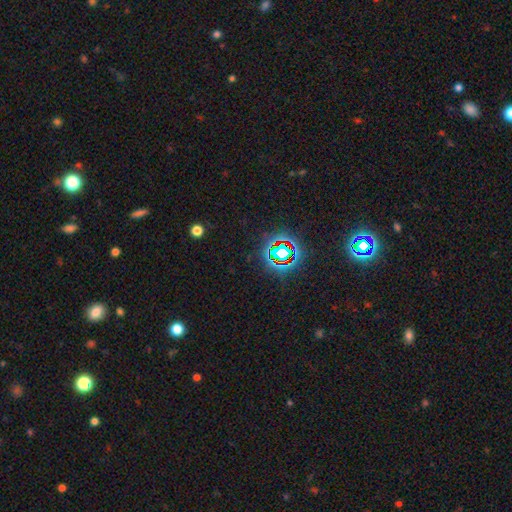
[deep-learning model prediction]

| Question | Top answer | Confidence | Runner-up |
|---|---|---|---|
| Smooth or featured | star or artifact | 78% | smooth (13%) |